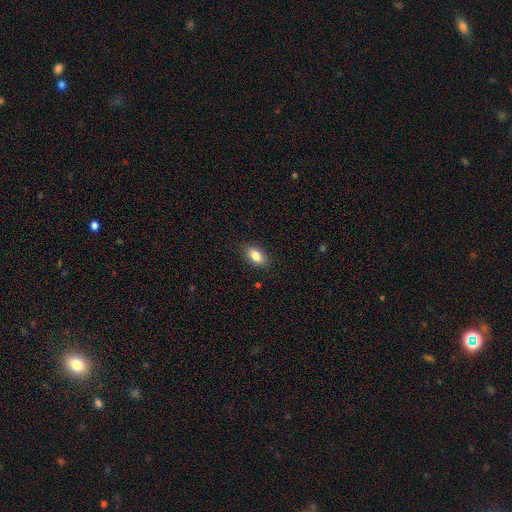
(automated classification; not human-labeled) smooth-or-featured: smooth: 85% | featured or disk: 8% | star or artifact: 7%
  how-rounded: in between: 90% | round: 6% | cigar-shaped: 4%
  merging: none: 87% | minor disturbance: 9% | major disturbance: 2% | merger: 1%